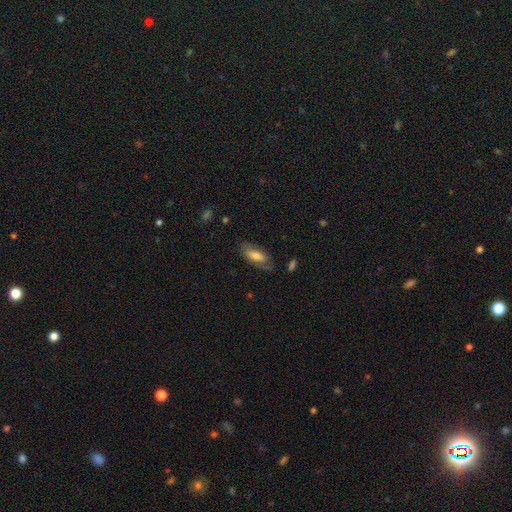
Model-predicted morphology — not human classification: Smooth or featured? smooth (60%)
How rounded? in between (81%)
Merging? none (73%)